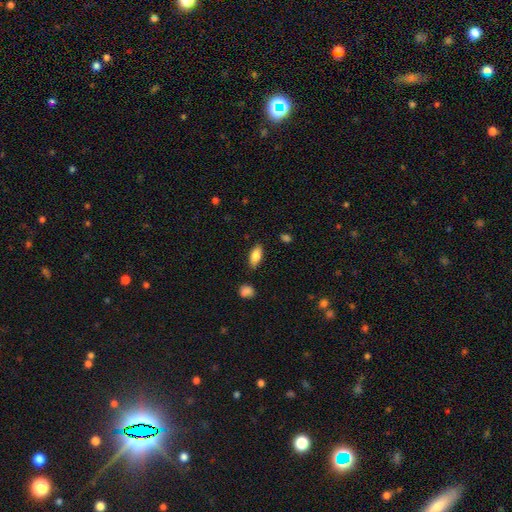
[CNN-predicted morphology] The model was most divided on "merging": none: 84%, minor disturbance: 12%, major disturbance: 3%, merger: 2%. More confident: how rounded — in between (87%); smooth or featured — smooth (84%).